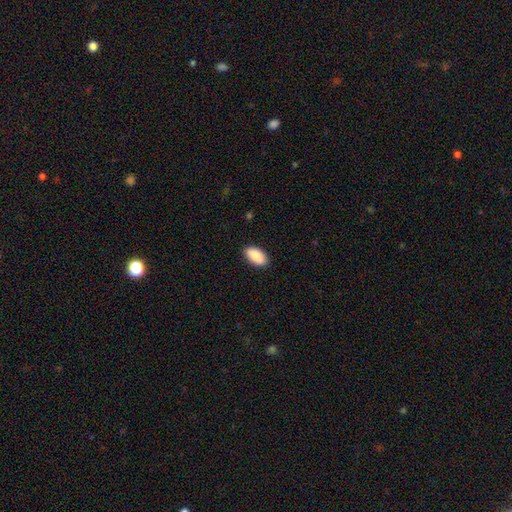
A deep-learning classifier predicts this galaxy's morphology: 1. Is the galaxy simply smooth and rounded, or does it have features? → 89% smooth, 6% star or artifact, 5% featured or disk.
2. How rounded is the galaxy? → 94% in between, 4% cigar-shaped, 2% round.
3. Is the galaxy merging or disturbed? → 88% none, 9% minor disturbance, 2% major disturbance, 1% merger.